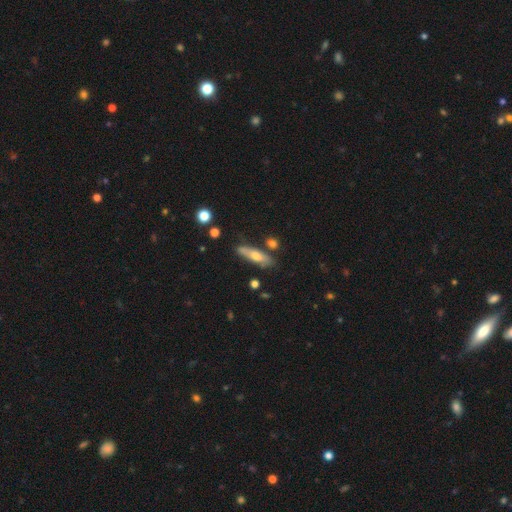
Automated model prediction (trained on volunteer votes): Overall: smooth (48%; featured or disk 45%). Merging: none (75%).